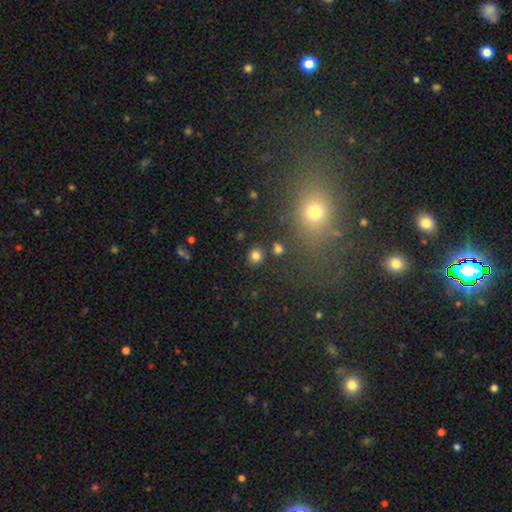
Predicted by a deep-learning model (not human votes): Smooth or featured: smooth — 81% (star or artifact — 14%)
How rounded: round — 82% (in between — 17%)
Merging: none — 86% (minor disturbance — 7%)